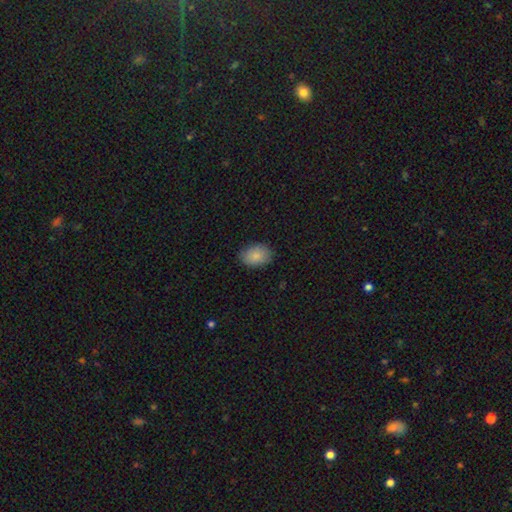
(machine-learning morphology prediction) A smooth galaxy with no disk features (87%) that is in between round and cigar-shaped (80%).

Vote fractions:
- Smooth or featured? smooth: 87% / star or artifact: 7% / featured or disk: 6%
- How rounded? in between: 80% / round: 19% / cigar-shaped: 1%
- Merging? none: 85% / minor disturbance: 11% / major disturbance: 3% / merger: 1%